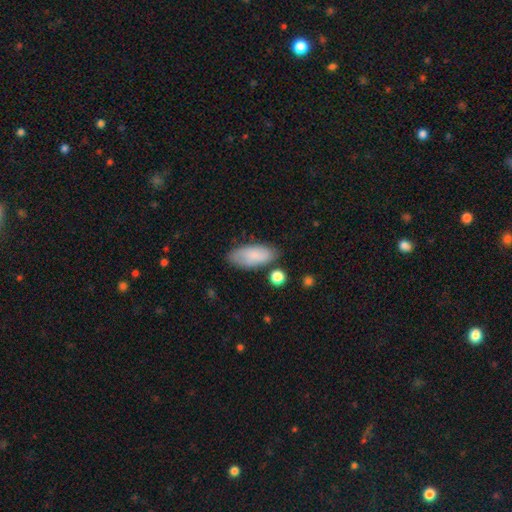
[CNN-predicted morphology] A smooth galaxy with no disk features (82%) that is in between round and cigar-shaped (89%).

Vote fractions:
- Smooth or featured? smooth: 82% / featured or disk: 12% / star or artifact: 6%
- How rounded? in between: 89% / cigar-shaped: 9% / round: 2%
- Merging? none: 73% / minor disturbance: 17% / merger: 5% / major disturbance: 4%